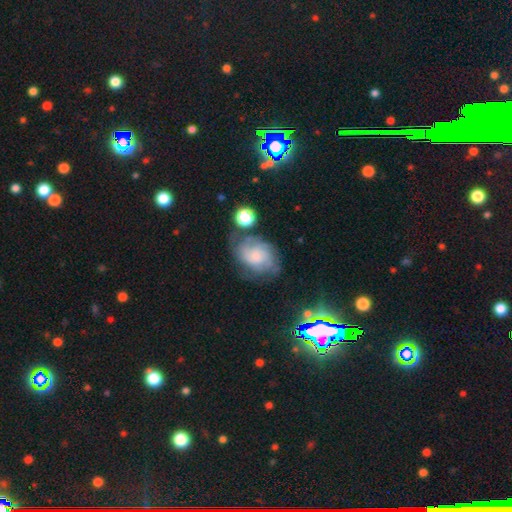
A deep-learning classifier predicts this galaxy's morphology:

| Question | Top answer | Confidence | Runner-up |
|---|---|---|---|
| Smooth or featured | featured or disk | 64% | smooth (26%) |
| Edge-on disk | no | 97% | yes (3%) |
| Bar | no | 73% | weak (23%) |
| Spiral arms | yes | 88% | no (12%) |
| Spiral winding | tight | 46% | medium (39%) |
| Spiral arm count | can't tell | 40% | 2 (22%) |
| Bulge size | small | 33% | none (27%) |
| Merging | none | 53% | minor disturbance (24%) |